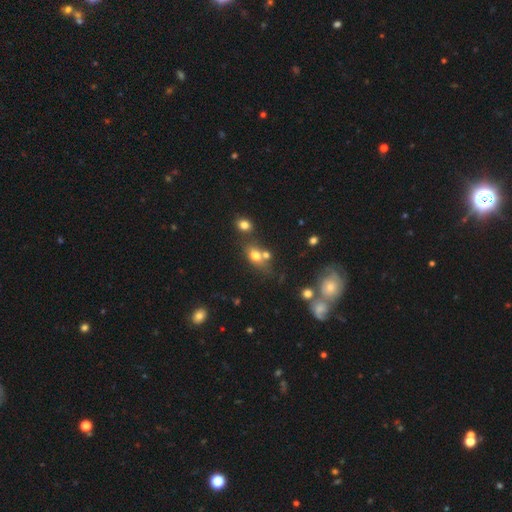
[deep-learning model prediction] This appears to be a smooth galaxy with no disk features (70%) that is in between round and cigar-shaped (58%). Merging: none (46%).